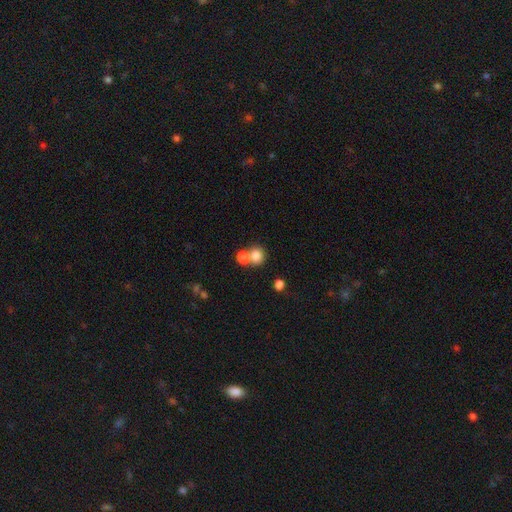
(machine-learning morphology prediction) smooth_or_featured: smooth (p=0.80) [alt: star or artifact p=0.11]
how_rounded: round (p=0.79) [alt: in between p=0.20]
merging: merger (p=0.45) [alt: none p=0.44]